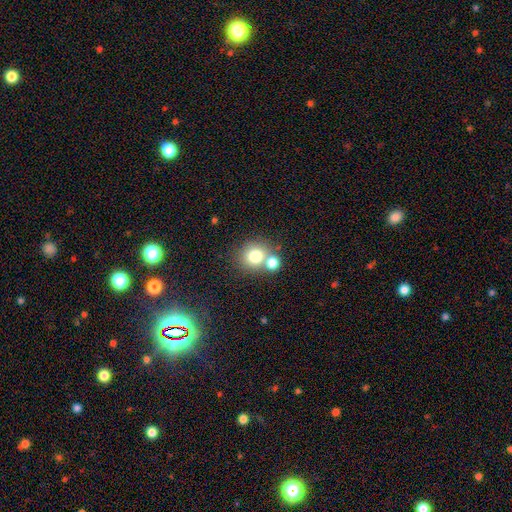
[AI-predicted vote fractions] smooth-or-featured: smooth: 70% | star or artifact: 20% | featured or disk: 10%
  how-rounded: round: 84% | in between: 15% | cigar-shaped: 1%
  merging: none: 59% | merger: 30% | minor disturbance: 8% | major disturbance: 3%